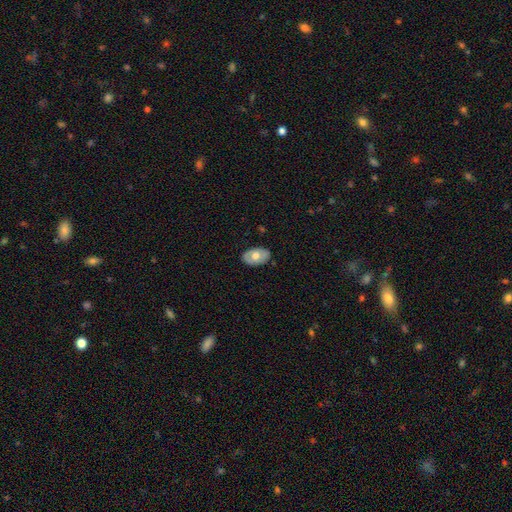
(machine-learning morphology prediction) A smooth galaxy with no disk features (62%) that is in between round and cigar-shaped (90%).

Vote fractions:
- Smooth or featured? smooth: 62% / featured or disk: 33% / star or artifact: 6%
- How rounded? in between: 90% / round: 9% / cigar-shaped: 1%
- Merging? none: 85% / minor disturbance: 12% / major disturbance: 2% / merger: 1%